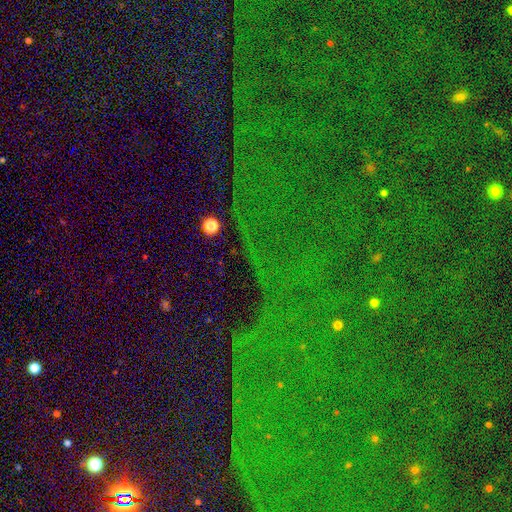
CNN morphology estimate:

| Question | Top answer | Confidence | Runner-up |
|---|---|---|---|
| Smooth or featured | star or artifact | 85% | smooth (7%) |